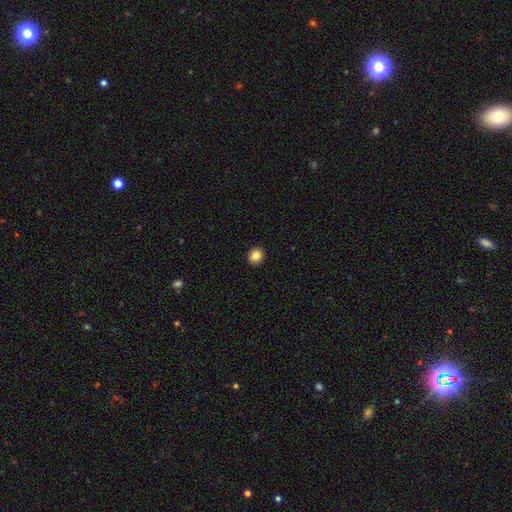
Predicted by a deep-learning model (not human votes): Smooth or featured: smooth — 85% (star or artifact — 10%)
How rounded: round — 82% (in between — 17%)
Merging: none — 92% (minor disturbance — 5%)